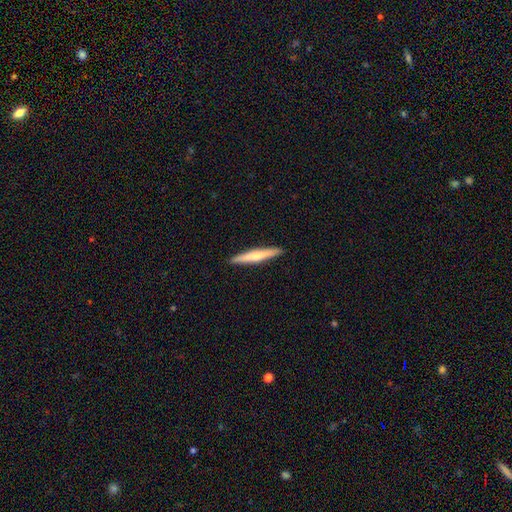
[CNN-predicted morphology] The model was most divided on "smooth or featured": smooth: 52%, featured or disk: 43%, star or artifact: 5%. More confident: how rounded — cigar-shaped (95%); merging — none (92%).